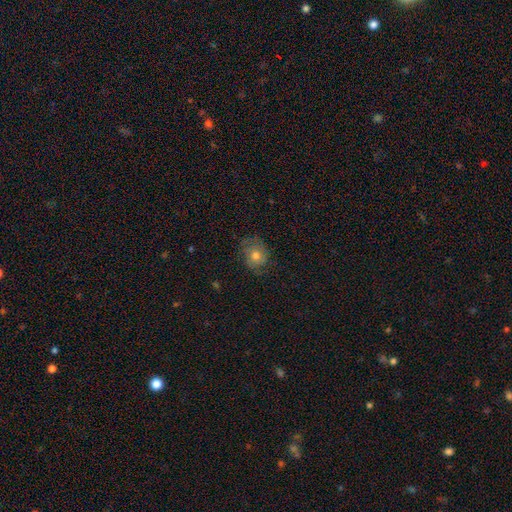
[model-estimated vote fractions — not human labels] This is possibly a smooth galaxy (56%). How rounded: likely round (64%). Merging: likely none (66%).